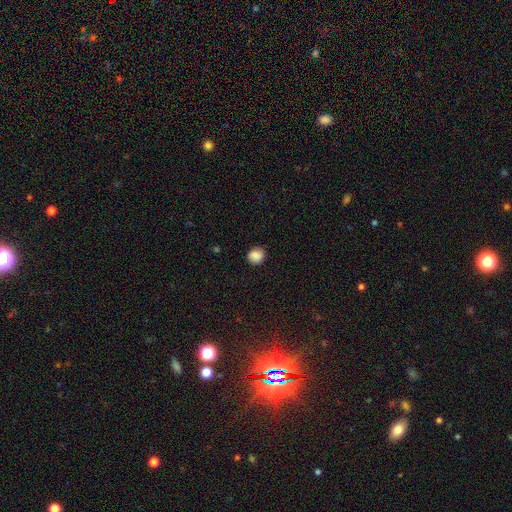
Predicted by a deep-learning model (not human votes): This appears to be a smooth galaxy with no disk features (86%) that is round (83%). Merging: none (85%).